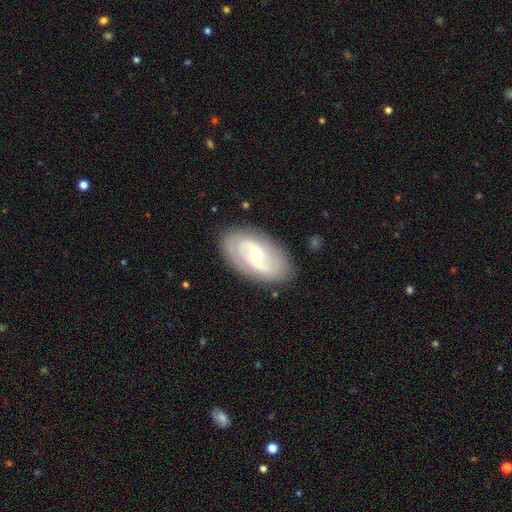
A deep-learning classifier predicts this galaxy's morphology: Q: Smooth or featured?
A: featured or disk (79%); runner-up: smooth (15%)
Q: Edge-on disk?
A: no (95%); runner-up: yes (5%)
Q: Bar?
A: weak (44%); runner-up: no (43%)
Q: Spiral arms?
A: yes (91%); runner-up: no (9%)
Q: Spiral winding?
A: medium (43%); runner-up: tight (37%)
Q: Spiral arm count?
A: 2 (79%); runner-up: can't tell (12%)
Q: Bulge size?
A: moderate (52%); runner-up: small (43%)
Q: Merging?
A: none (84%); runner-up: minor disturbance (11%)